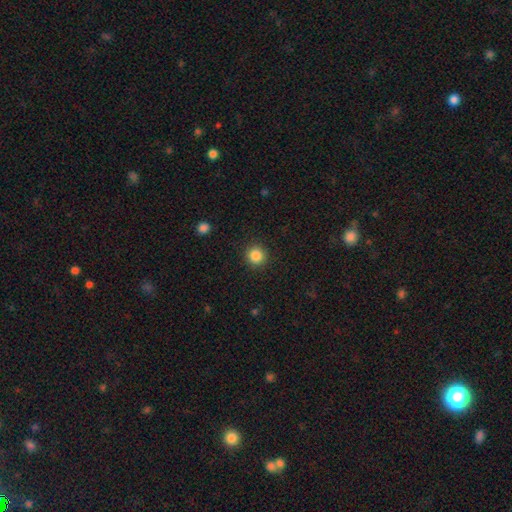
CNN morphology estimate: This appears to be a smooth galaxy with no disk features (86%) that is round (94%). Merging: none (91%).